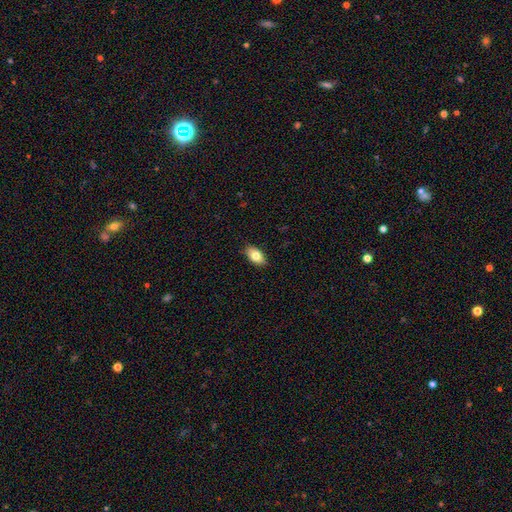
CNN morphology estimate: smooth-or-featured: smooth: 80% | featured or disk: 13% | star or artifact: 7%
  how-rounded: in between: 92% | round: 4% | cigar-shaped: 3%
  merging: none: 88% | minor disturbance: 9% | major disturbance: 2% | merger: 1%